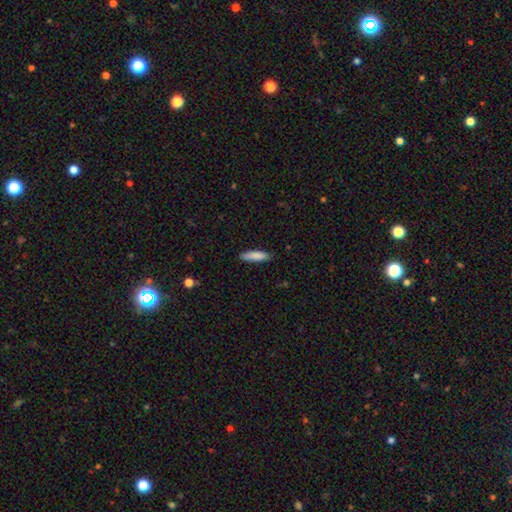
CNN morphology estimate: smooth_or_featured: smooth (p=0.84) [alt: featured or disk p=0.09]
how_rounded: cigar-shaped (p=0.72) [alt: in between p=0.26]
merging: none (p=0.86) [alt: minor disturbance p=0.11]